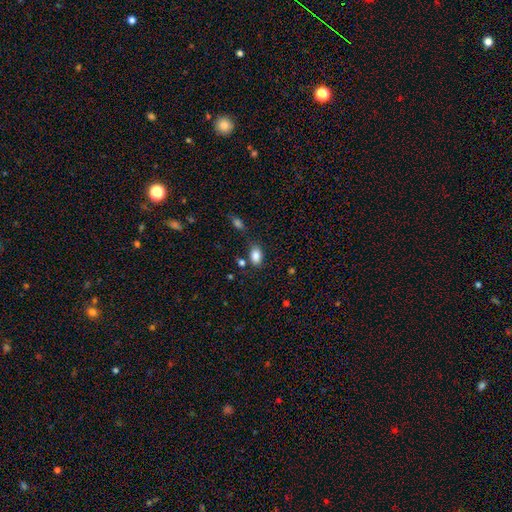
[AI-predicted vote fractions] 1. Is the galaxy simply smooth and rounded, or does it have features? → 86% smooth, 9% star or artifact, 5% featured or disk.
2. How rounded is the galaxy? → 87% in between, 11% round, 2% cigar-shaped.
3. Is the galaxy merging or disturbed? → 72% none, 16% minor disturbance, 7% merger, 5% major disturbance.